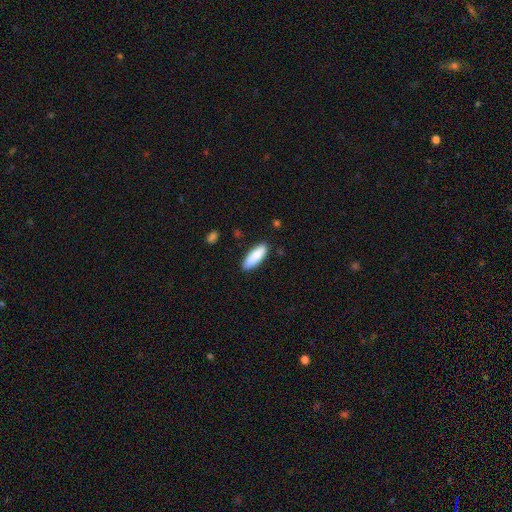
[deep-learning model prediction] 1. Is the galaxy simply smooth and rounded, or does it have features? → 87% smooth, 7% featured or disk, 6% star or artifact.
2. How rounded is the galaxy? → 57% in between, 42% cigar-shaped, 2% round.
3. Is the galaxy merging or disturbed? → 87% none, 10% minor disturbance, 2% major disturbance, 1% merger.